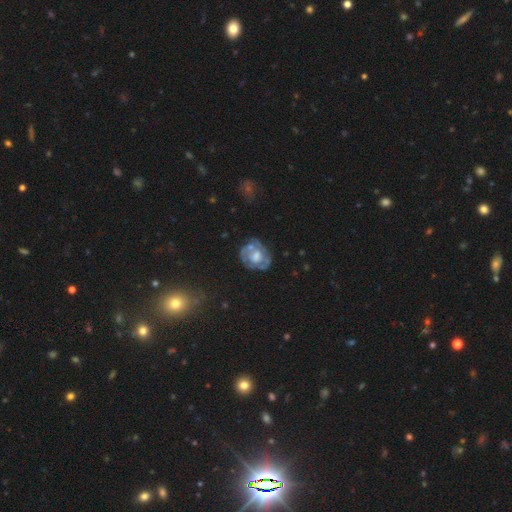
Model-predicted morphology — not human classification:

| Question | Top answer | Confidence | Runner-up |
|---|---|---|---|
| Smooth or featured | featured or disk | 66% | smooth (26%) |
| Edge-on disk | no | 97% | yes (3%) |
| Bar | no | 76% | weak (20%) |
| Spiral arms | no | 52% | yes (48%) |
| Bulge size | moderate | 48% | large (22%) |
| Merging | none | 56% | minor disturbance (24%) |